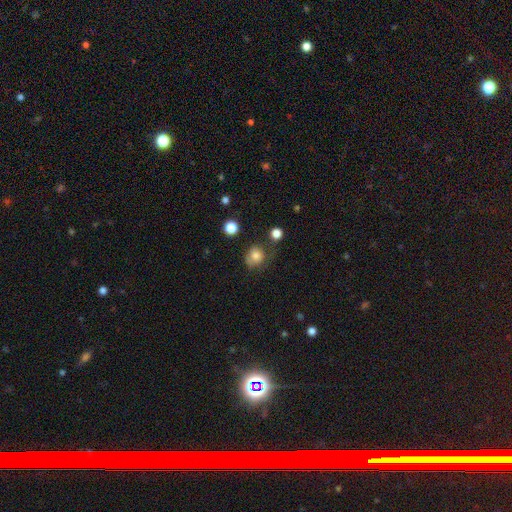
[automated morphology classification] Smooth or featured? Predicted: smooth (p=0.78). How rounded? Predicted: round (p=0.75). Merging? Predicted: none (p=0.56).